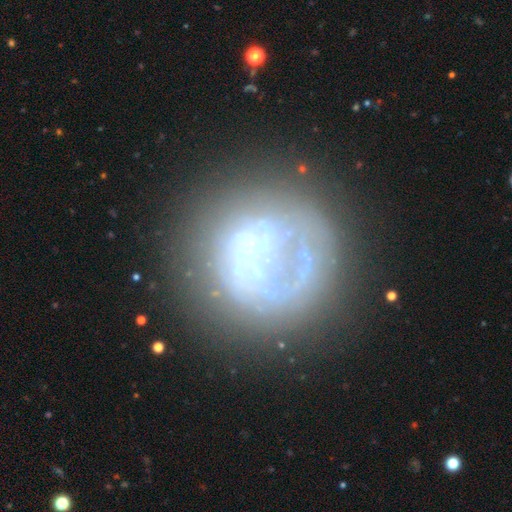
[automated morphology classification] smooth_or_featured: featured or disk (p=0.59) [alt: smooth p=0.26]
disk_edge_on: no (p=0.97) [alt: yes p=0.03]
bar: no (p=0.83) [alt: weak p=0.12]
has_spiral_arms: no (p=0.59) [alt: yes p=0.41]
bulge_size: none (p=0.42) [alt: small p=0.27]
merging: none (p=0.59) [alt: major disturbance p=0.20]